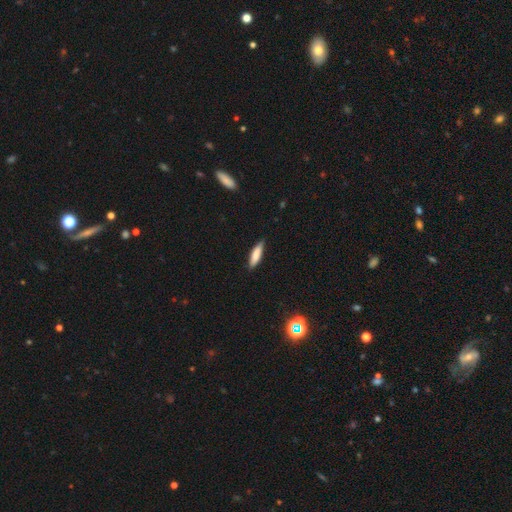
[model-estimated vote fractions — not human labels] This is likely a smooth galaxy (79%). How rounded: likely cigar-shaped (65%). Merging: clearly none (84%).